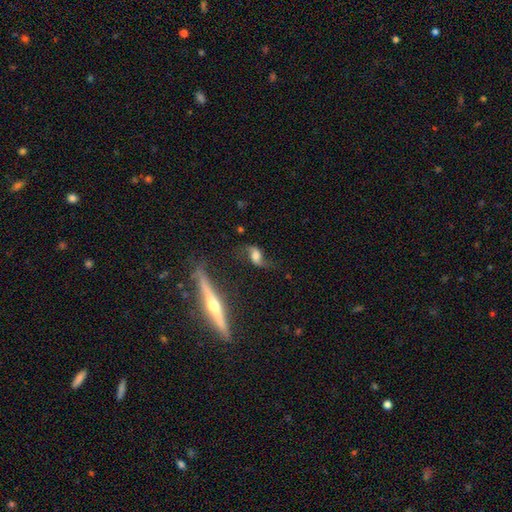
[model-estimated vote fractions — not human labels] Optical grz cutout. It shows a featured or disk galaxy (74%) with no bar (49%), 2 (92%) loose (82%) spiral arms (93%) and a moderate central bulge (41%). Merging: none (67%).